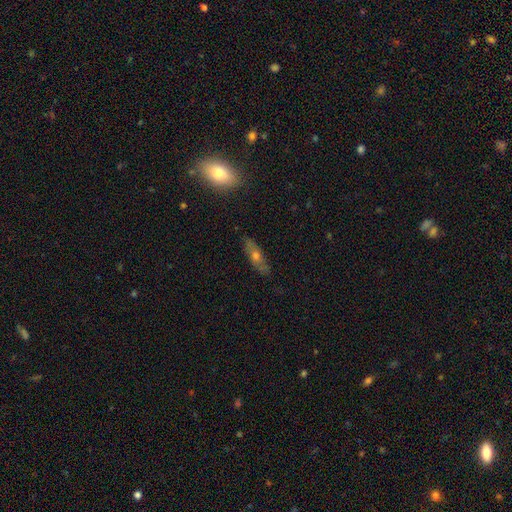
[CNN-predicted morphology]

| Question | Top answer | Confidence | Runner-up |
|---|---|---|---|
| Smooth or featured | featured or disk | 47% | smooth (44%) |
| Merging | none | 83% | minor disturbance (12%) |